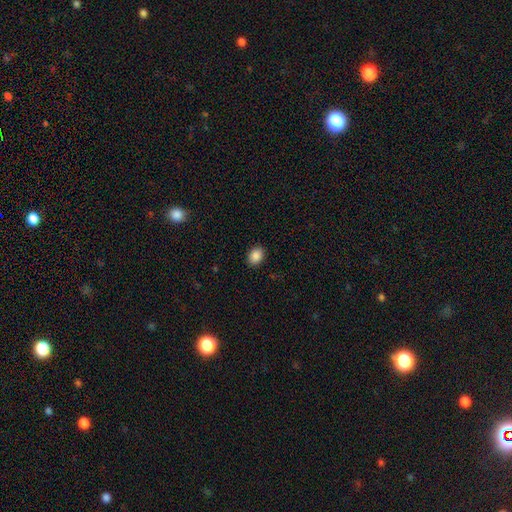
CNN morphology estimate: A smooth galaxy with no disk features (88%) that is in between round and cigar-shaped (64%).

Vote fractions:
- Smooth or featured? smooth: 88% / star or artifact: 9% / featured or disk: 3%
- How rounded? in between: 64% / round: 36% / cigar-shaped: 1%
- Merging? none: 89% / minor disturbance: 8% / major disturbance: 2% / merger: 1%